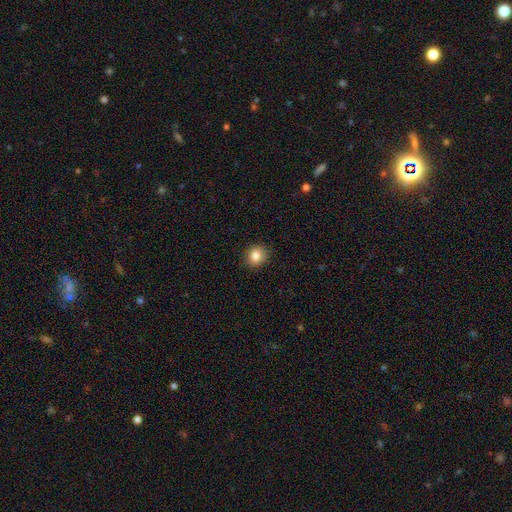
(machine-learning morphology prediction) The model was most divided on "how rounded": round: 78%, in between: 21%, cigar-shaped: 1%. More confident: merging — none (88%); smooth or featured — smooth (84%).